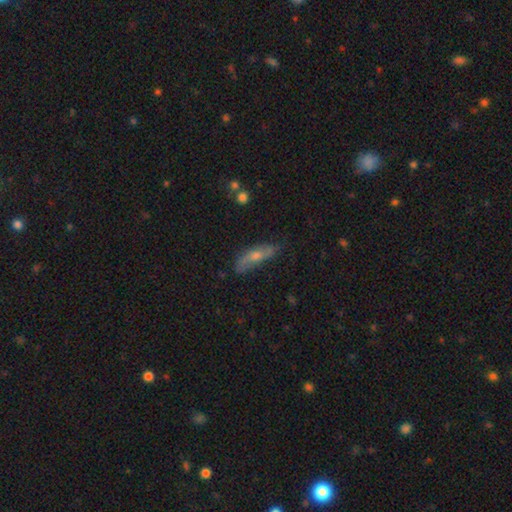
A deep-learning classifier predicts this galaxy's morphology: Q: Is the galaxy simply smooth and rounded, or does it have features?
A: featured or disk — 48%.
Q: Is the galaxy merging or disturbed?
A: none — 66%.